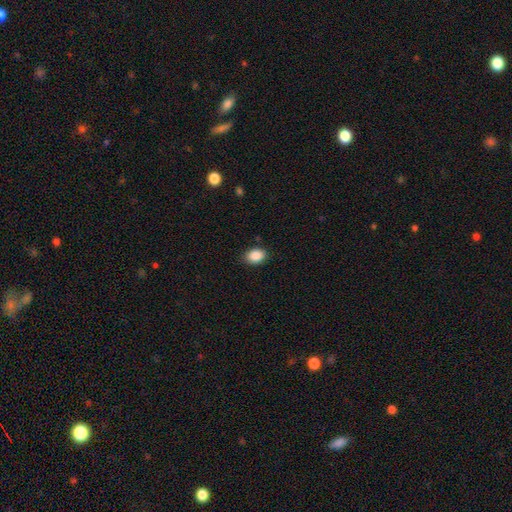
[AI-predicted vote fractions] Smooth or featured? smooth (89%)
How rounded? in between (72%)
Merging? none (85%)